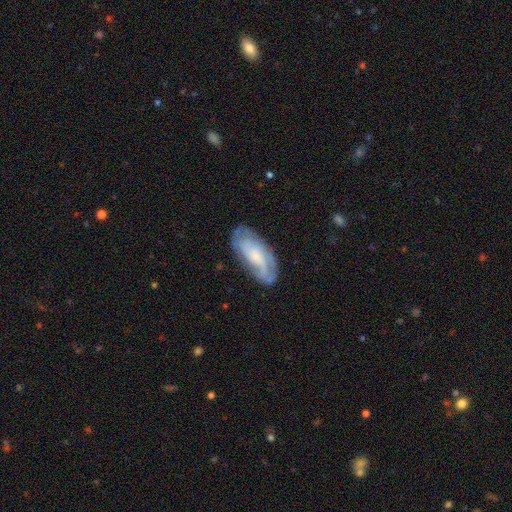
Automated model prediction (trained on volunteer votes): Morphology: type=featured or disk (65%); edge-on=no (91%); bar=no (62%); spiral arms=yes (88%); winding=tight (44%); arm count=can't tell (37%); bulge=small (53%); merging=none (71%).